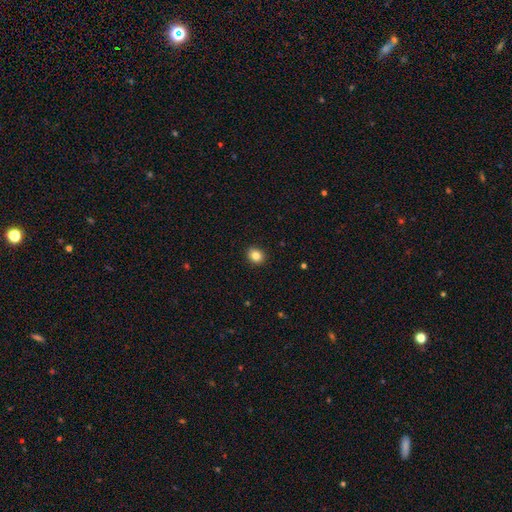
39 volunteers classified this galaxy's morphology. A smooth galaxy with no disk features (90%) that is round (74%). Merging: none (97%).